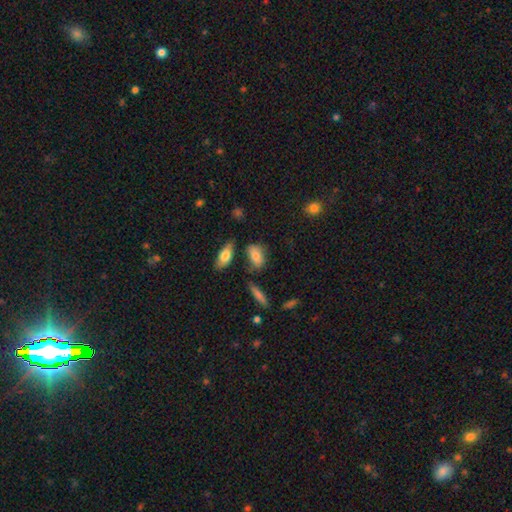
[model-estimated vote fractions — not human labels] smooth 78%, featured or disk 13%, star or artifact 9%. Down the decision tree: how rounded — in between (86%); merging — none (59%).